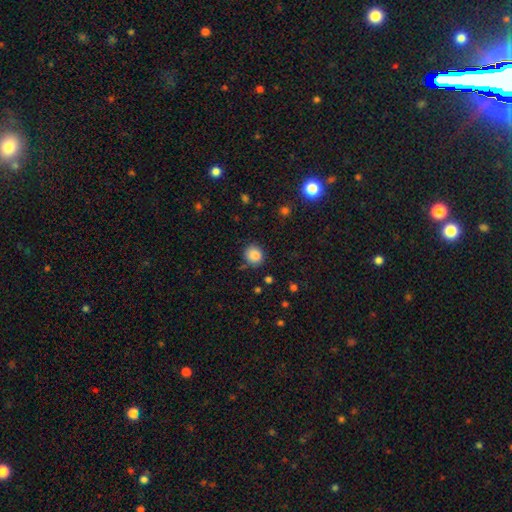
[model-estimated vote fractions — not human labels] smooth_or_featured: smooth (p=0.86) [alt: star or artifact p=0.10]
how_rounded: round (p=0.81) [alt: in between p=0.18]
merging: none (p=0.81) [alt: minor disturbance p=0.13]